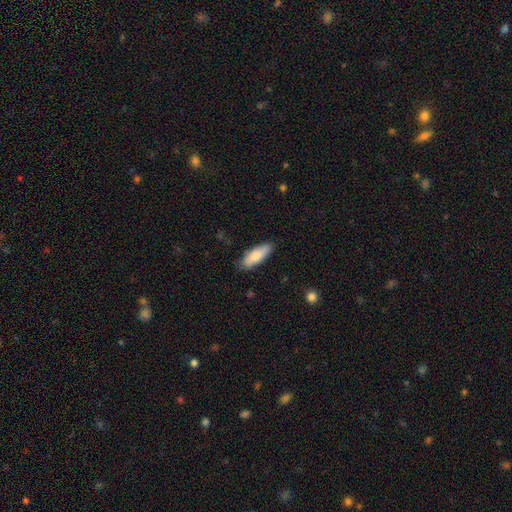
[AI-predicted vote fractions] Overall: smooth (83%). How rounded: in between (62%; cigar-shaped 36%). Merging: none (81%).